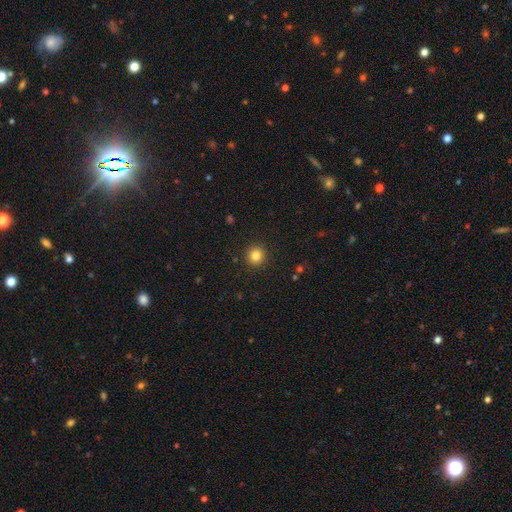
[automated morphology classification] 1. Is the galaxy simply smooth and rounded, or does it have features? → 83% smooth, 12% star or artifact, 5% featured or disk.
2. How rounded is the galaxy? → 93% round, 6% in between, 1% cigar-shaped.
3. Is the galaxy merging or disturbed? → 92% none, 5% minor disturbance, 2% major disturbance, 1% merger.